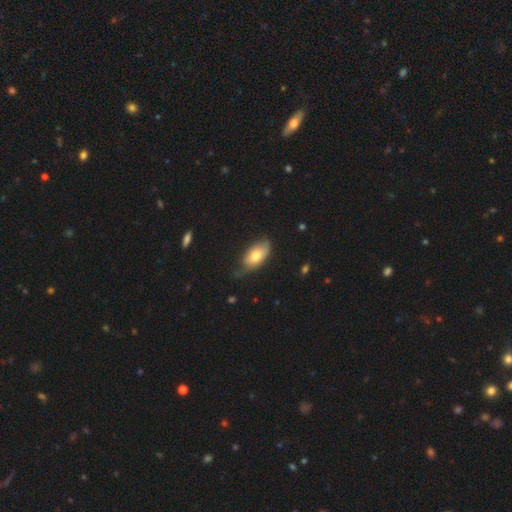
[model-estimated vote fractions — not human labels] A smooth galaxy with no disk features (69%) that is in between round and cigar-shaped (92%). Merging: none (52%).